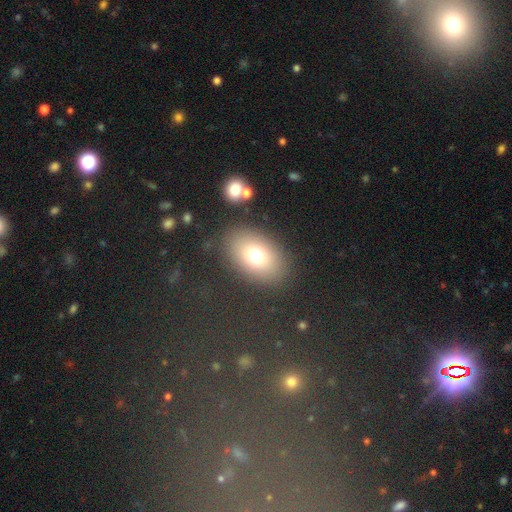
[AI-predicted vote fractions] A smooth galaxy with no disk features (71%) that is in between round and cigar-shaped (74%). Merging: none (81%).